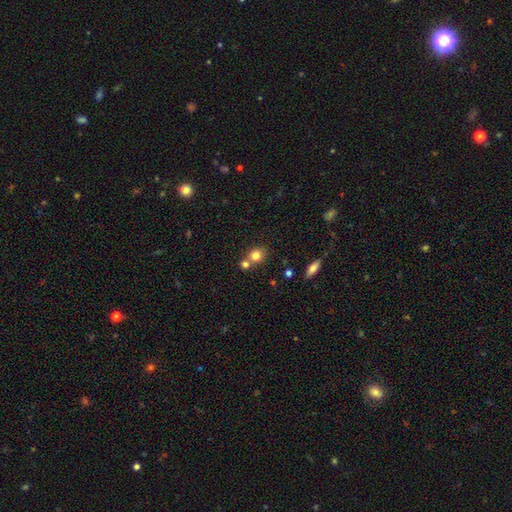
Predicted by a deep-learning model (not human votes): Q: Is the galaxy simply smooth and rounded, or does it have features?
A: smooth — 80%.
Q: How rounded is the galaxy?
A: round — 82%.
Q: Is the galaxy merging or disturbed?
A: none — 53%.